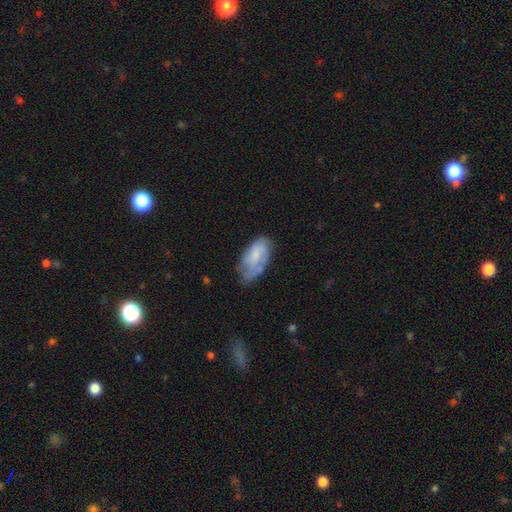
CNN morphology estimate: type=smooth (59%); roundness=in between (92%); merging=none (55%).